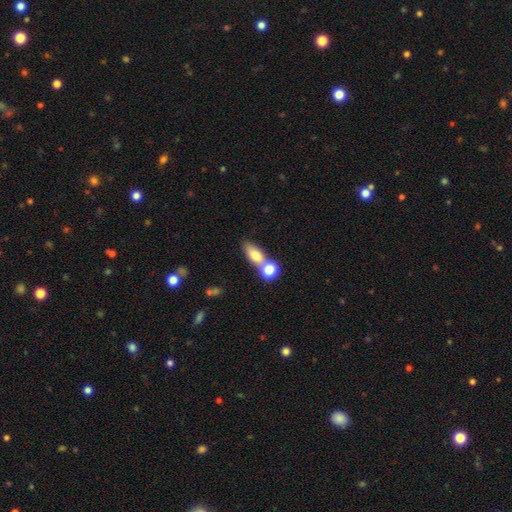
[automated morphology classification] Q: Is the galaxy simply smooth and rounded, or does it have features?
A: smooth — 74%.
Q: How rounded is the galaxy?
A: in between — 65%.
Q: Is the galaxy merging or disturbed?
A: none — 44%.